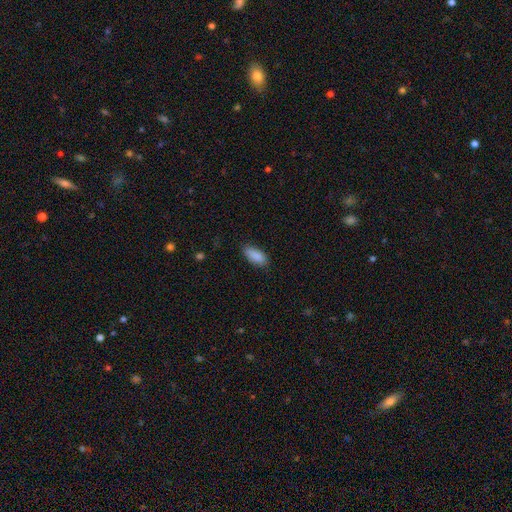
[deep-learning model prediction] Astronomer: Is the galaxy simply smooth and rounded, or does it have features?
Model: smooth — 89%.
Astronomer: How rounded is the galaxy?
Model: in between — 83%.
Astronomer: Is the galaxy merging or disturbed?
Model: none — 83%.